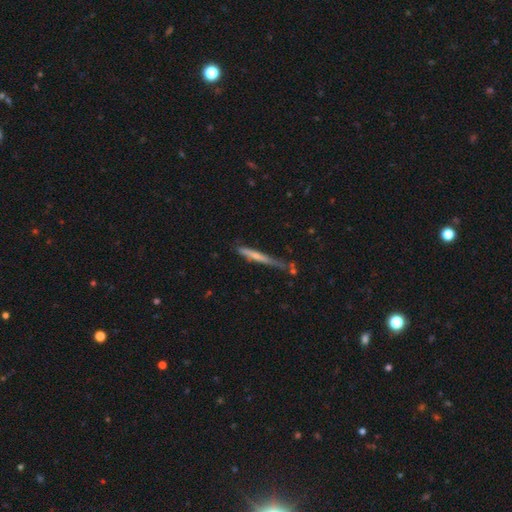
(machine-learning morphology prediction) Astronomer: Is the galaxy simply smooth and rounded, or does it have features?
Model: smooth — 52% (runner-up: featured or disk, 41%).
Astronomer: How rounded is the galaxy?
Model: cigar-shaped — 95%.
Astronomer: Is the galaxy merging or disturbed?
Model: none — 60%.